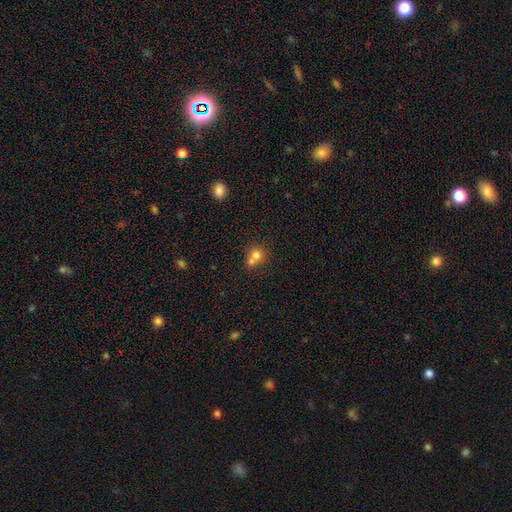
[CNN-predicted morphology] smooth-or-featured: smooth: 75% | featured or disk: 13% | star or artifact: 12%
  how-rounded: round: 82% | in between: 17% | cigar-shaped: 1%
  merging: merger: 52% | none: 38% | minor disturbance: 7% | major disturbance: 3%